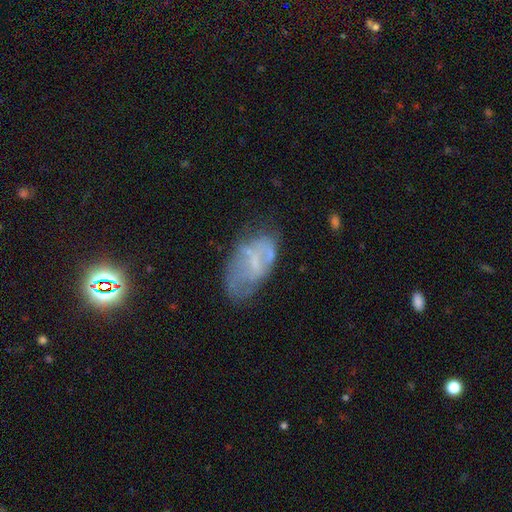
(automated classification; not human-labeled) Overall: featured or disk (51%; smooth 31%). Edge-on disk: no (93%). Merging: none (58%; minor disturbance 24%).